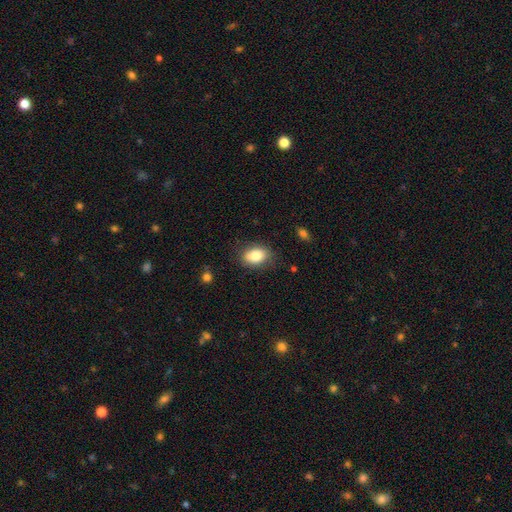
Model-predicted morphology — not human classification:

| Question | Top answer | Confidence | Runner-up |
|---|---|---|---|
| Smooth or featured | smooth | 83% | featured or disk (9%) |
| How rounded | in between | 80% | round (19%) |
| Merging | none | 80% | minor disturbance (15%) |